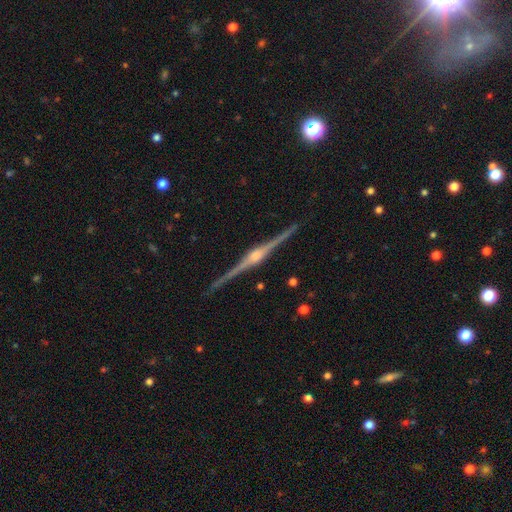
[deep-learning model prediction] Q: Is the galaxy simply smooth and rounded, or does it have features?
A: featured or disk — 91%.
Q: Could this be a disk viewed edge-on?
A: yes — 99%.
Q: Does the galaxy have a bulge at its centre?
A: rounded — 87%.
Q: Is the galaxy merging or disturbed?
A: none — 92%.